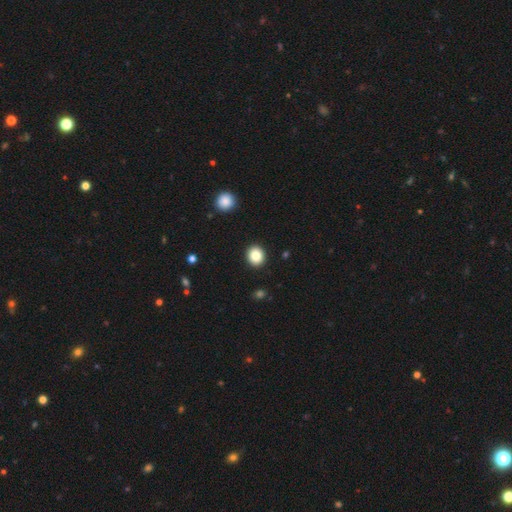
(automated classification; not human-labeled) Smooth or featured?
  - smooth: 85% *
  - star or artifact: 9%
  - featured or disk: 6%
How rounded?
  - round: 80% *
  - in between: 19%
  - cigar-shaped: 1%
Merging?
  - none: 92% *
  - minor disturbance: 5%
  - major disturbance: 2%
  - merger: 1%